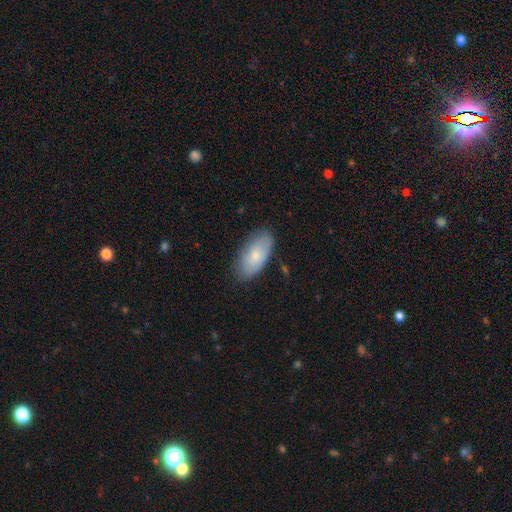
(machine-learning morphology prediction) Smooth or featured? Predicted: smooth (p=0.76). How rounded? Predicted: in between (p=0.93). Merging? Predicted: none (p=0.80).